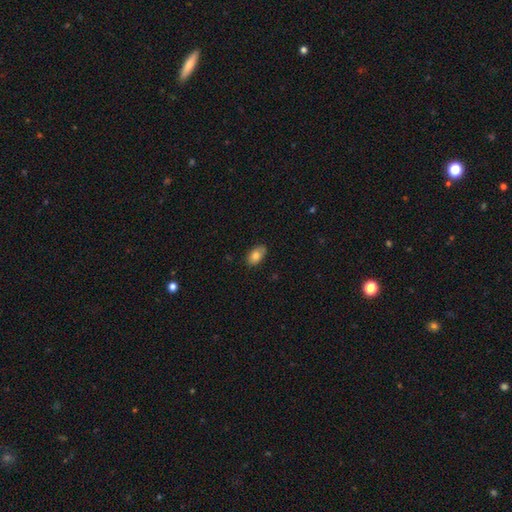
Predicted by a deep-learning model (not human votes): Smooth or featured?
  - smooth: 80% *
  - featured or disk: 12%
  - star or artifact: 8%
How rounded?
  - in between: 91% *
  - round: 7%
  - cigar-shaped: 2%
Merging?
  - none: 82% *
  - minor disturbance: 15%
  - major disturbance: 2%
  - merger: 1%